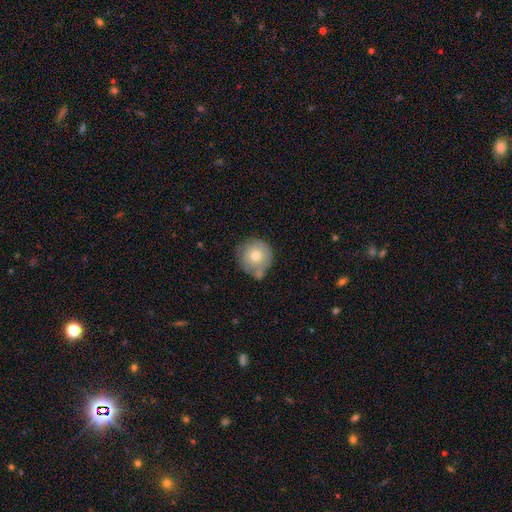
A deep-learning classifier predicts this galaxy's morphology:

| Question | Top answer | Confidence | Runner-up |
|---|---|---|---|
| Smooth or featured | smooth | 73% | featured or disk (19%) |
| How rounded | round | 93% | in between (6%) |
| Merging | none | 59% | minor disturbance (19%) |